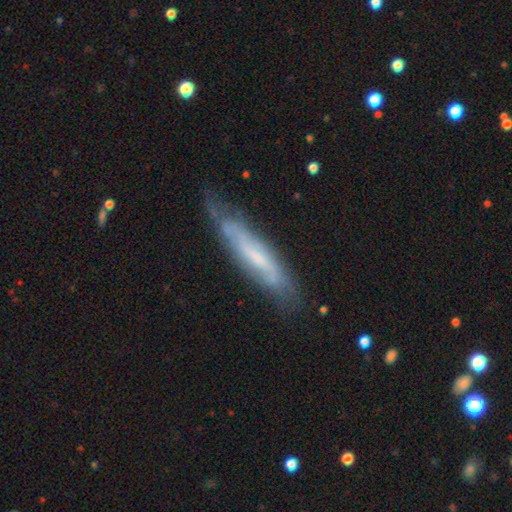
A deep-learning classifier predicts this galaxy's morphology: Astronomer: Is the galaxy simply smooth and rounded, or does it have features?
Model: featured or disk — 59% (runner-up: smooth, 34%).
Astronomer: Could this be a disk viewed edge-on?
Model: yes — 54% (runner-up: no, 46%).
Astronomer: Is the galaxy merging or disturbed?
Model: none — 64%.